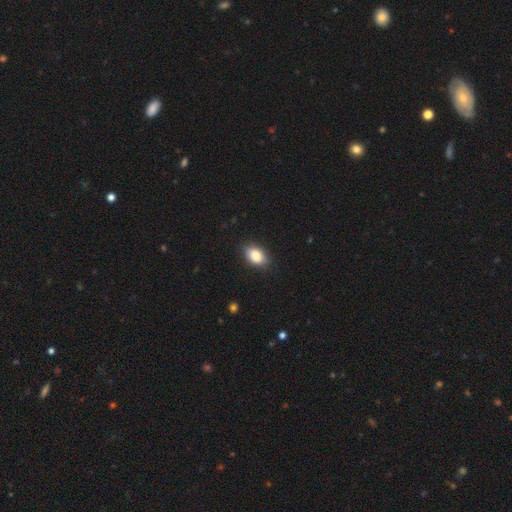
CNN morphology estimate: smooth 84%, featured or disk 8%, star or artifact 8%. Down the decision tree: how rounded — in between (84%); merging — none (83%).